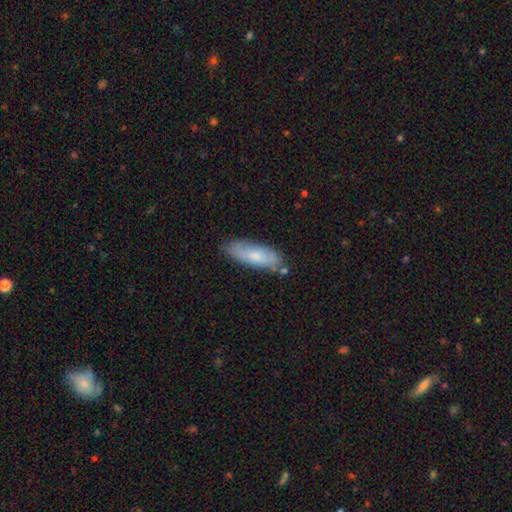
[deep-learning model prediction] Smooth or featured? Predicted: smooth (p=0.72). How rounded? Predicted: in between (p=0.55). Merging? Predicted: none (p=0.74).